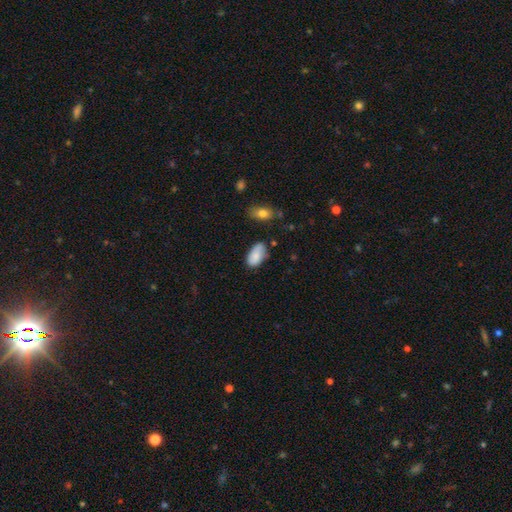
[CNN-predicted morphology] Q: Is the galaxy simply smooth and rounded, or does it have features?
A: smooth — 82%.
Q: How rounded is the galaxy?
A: in between — 94%.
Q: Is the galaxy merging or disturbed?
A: none — 60%.